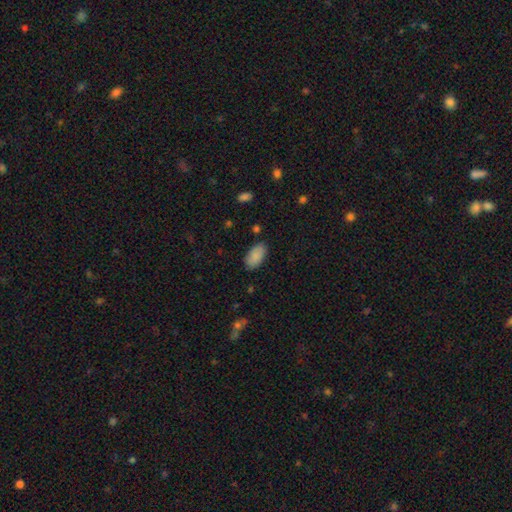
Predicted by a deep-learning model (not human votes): smooth-or-featured: smooth: 88% | star or artifact: 7% | featured or disk: 5%
  how-rounded: in between: 94% | cigar-shaped: 3% | round: 2%
  merging: none: 84% | minor disturbance: 11% | major disturbance: 3% | merger: 2%